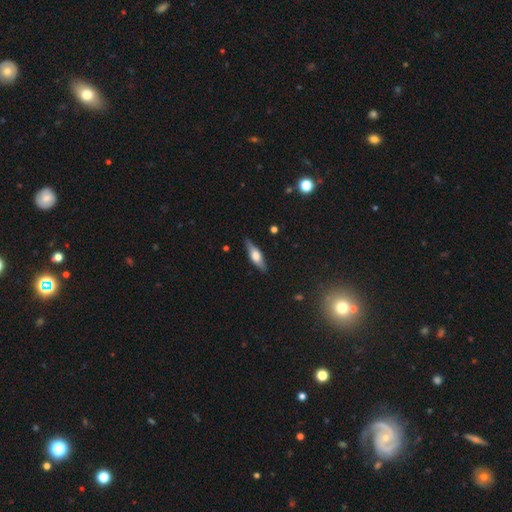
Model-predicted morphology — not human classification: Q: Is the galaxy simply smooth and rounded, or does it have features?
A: featured or disk — 50%.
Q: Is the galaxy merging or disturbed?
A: none — 85%.